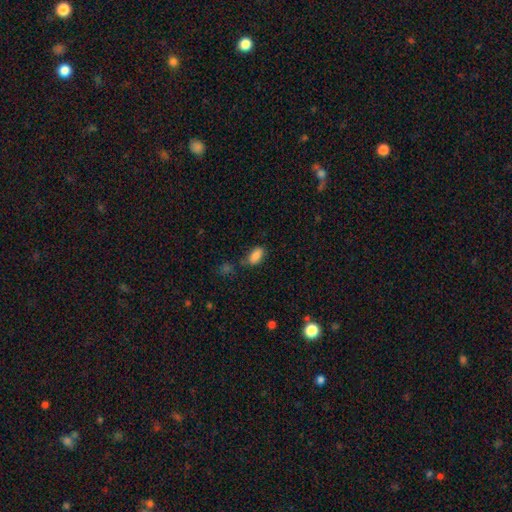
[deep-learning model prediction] Q: Smooth or featured?
A: smooth (86%); runner-up: star or artifact (9%)
Q: How rounded?
A: in between (90%); runner-up: cigar-shaped (5%)
Q: Merging?
A: none (70%); runner-up: minor disturbance (19%)